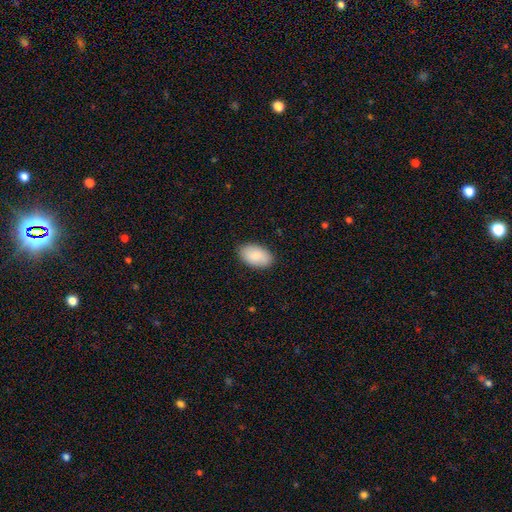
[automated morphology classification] Smooth or featured? smooth (85%)
How rounded? in between (94%)
Merging? none (87%)